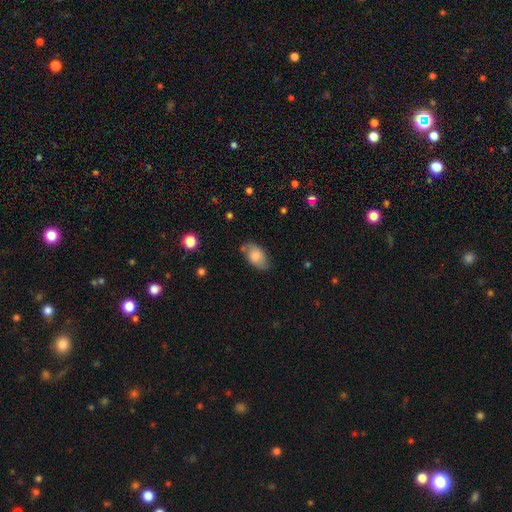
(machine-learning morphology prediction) A smooth galaxy with no disk features (73%) that is in between round and cigar-shaped (93%). Merging: none (67%).